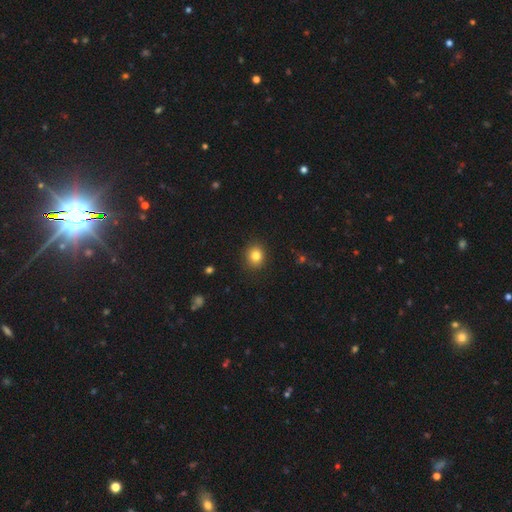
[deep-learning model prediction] smooth 82%, star or artifact 12%, featured or disk 7%. Down the decision tree: how rounded — round (78%); merging — none (90%).